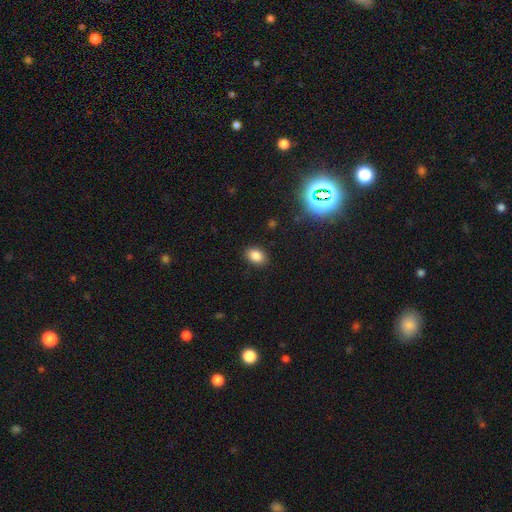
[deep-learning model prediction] Smooth or featured? Predicted: smooth (p=0.83). How rounded? Predicted: in between (p=0.79). Merging? Predicted: none (p=0.88).